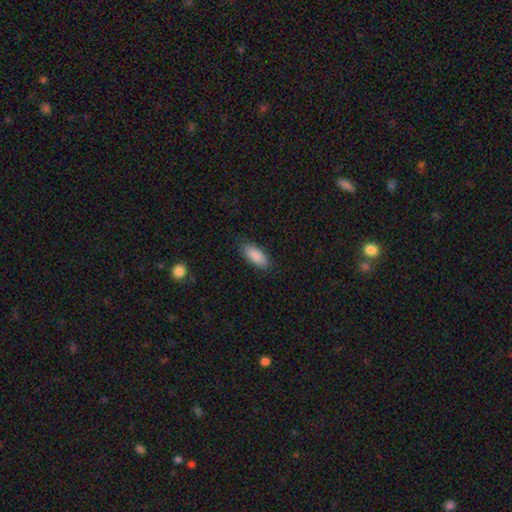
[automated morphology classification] A smooth galaxy with no disk features (89%) that is in between round and cigar-shaped (82%).

Vote fractions:
- Smooth or featured? smooth: 89% / star or artifact: 6% / featured or disk: 5%
- How rounded? in between: 82% / cigar-shaped: 16% / round: 2%
- Merging? none: 85% / minor disturbance: 11% / major disturbance: 2% / merger: 1%